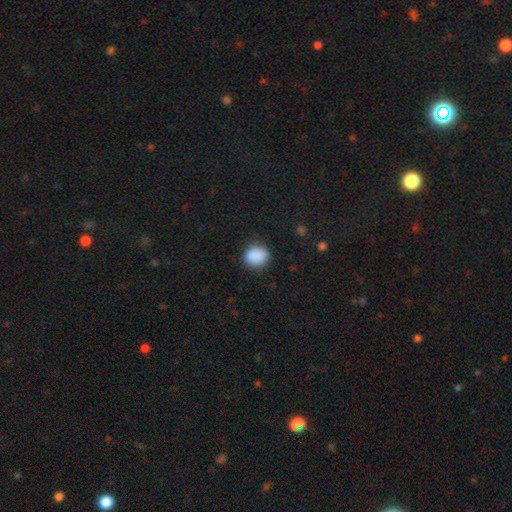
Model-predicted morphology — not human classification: smooth-or-featured: smooth: 89% | star or artifact: 8% | featured or disk: 3%
  how-rounded: round: 63% | in between: 36% | cigar-shaped: 1%
  merging: none: 86% | minor disturbance: 10% | major disturbance: 3% | merger: 1%